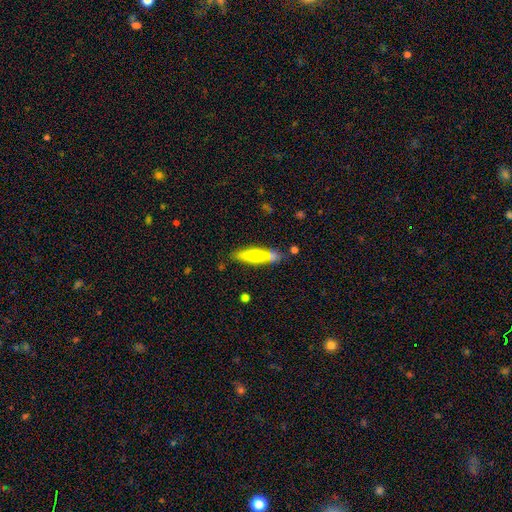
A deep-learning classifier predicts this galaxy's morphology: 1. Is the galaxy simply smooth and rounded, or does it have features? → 49% smooth, 44% featured or disk, 8% star or artifact.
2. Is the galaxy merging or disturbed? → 68% none, 15% merger, 14% minor disturbance, 3% major disturbance.